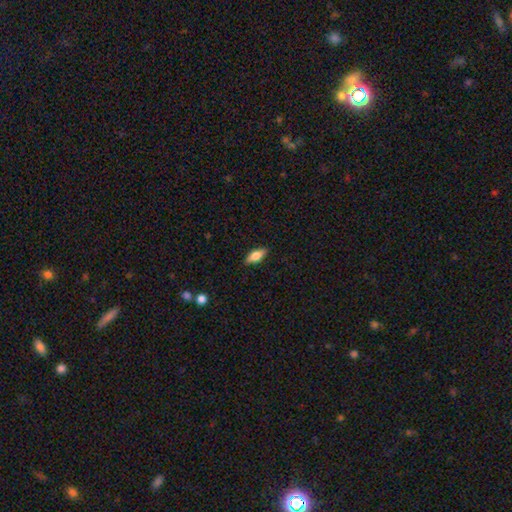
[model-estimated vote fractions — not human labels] Smooth or featured? smooth (68%)
How rounded? in between (73%)
Merging? none (88%)